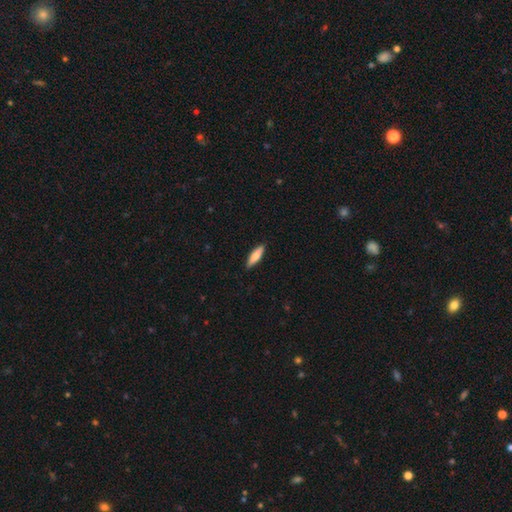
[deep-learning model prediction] A smooth galaxy with no disk features (72%) that is cigar-shaped (61%).

Vote fractions:
- Smooth or featured? smooth: 72% / featured or disk: 23% / star or artifact: 6%
- How rounded? cigar-shaped: 61% / in between: 37% / round: 2%
- Merging? none: 88% / minor disturbance: 9% / major disturbance: 2% / merger: 1%